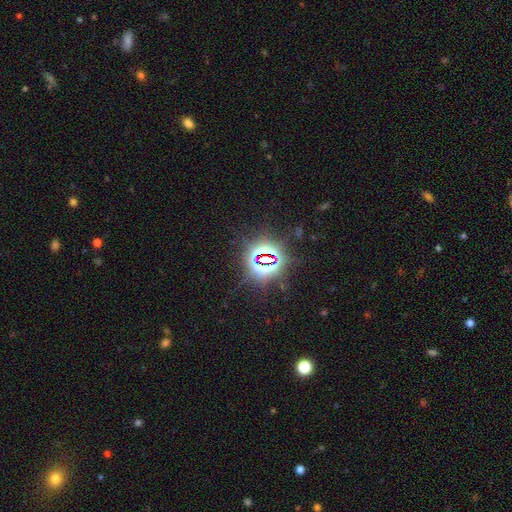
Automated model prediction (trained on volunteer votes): This appears to be a star or artifact, not a galaxy (84%).